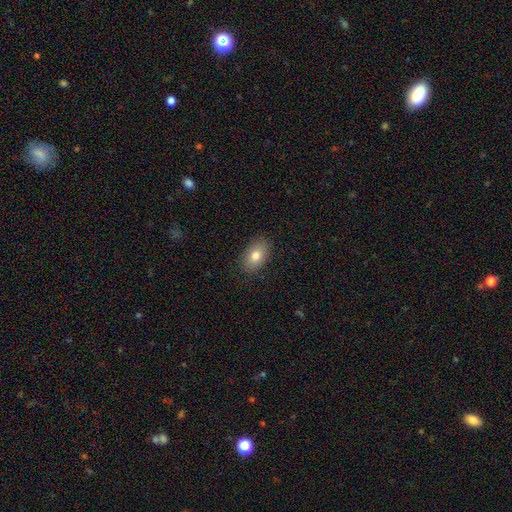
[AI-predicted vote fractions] Smooth or featured? Predicted: smooth (p=0.80). How rounded? Predicted: in between (p=0.88). Merging? Predicted: none (p=0.86).